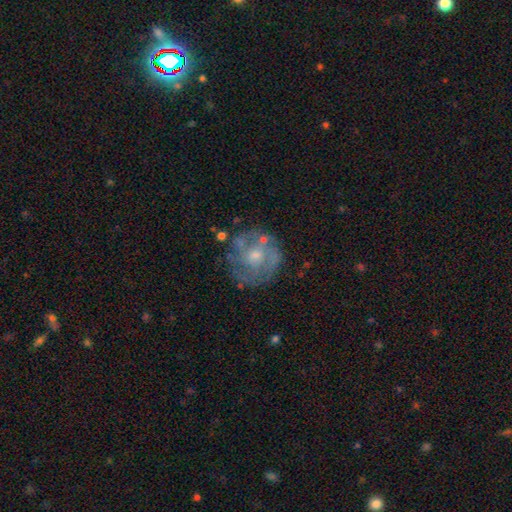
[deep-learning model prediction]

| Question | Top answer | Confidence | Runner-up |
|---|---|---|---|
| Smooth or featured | featured or disk | 63% | star or artifact (20%) |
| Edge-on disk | no | 96% | yes (4%) |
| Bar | no | 68% | weak (25%) |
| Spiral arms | yes | 79% | no (21%) |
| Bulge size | moderate | 48% | small (46%) |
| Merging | none | 75% | minor disturbance (14%) |